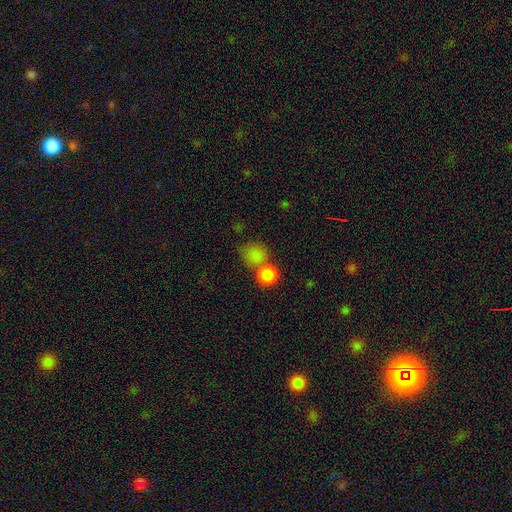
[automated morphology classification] A smooth galaxy with no disk features (82%) that is round (78%). Merging: none (47%).